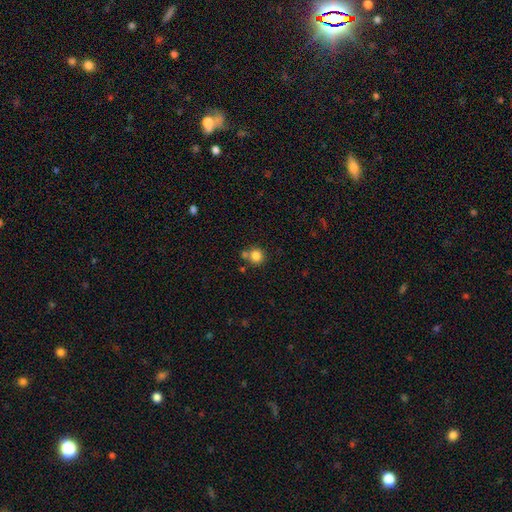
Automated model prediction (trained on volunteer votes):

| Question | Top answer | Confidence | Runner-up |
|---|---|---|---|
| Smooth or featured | smooth | 83% | star or artifact (11%) |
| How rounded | round | 91% | in between (9%) |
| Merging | none | 64% | merger (23%) |